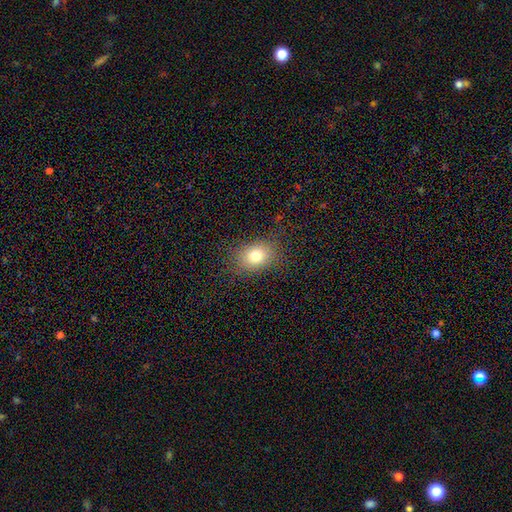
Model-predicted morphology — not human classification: This is likely a smooth galaxy (78%). How rounded: likely in between (65%). Merging: clearly none (81%).